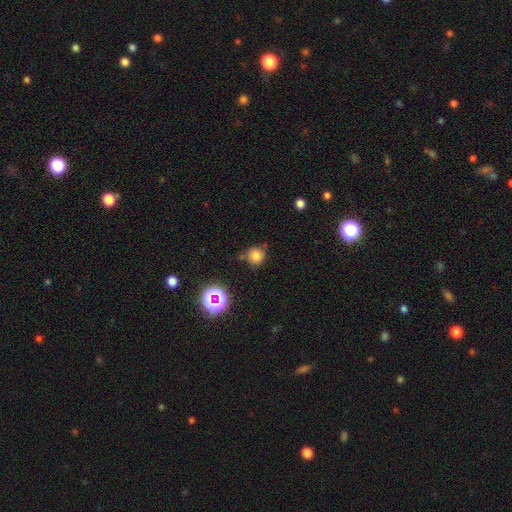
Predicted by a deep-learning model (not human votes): smooth 76%, star or artifact 17%, featured or disk 7%. Down the decision tree: how rounded — round (90%); merging — none (72%).